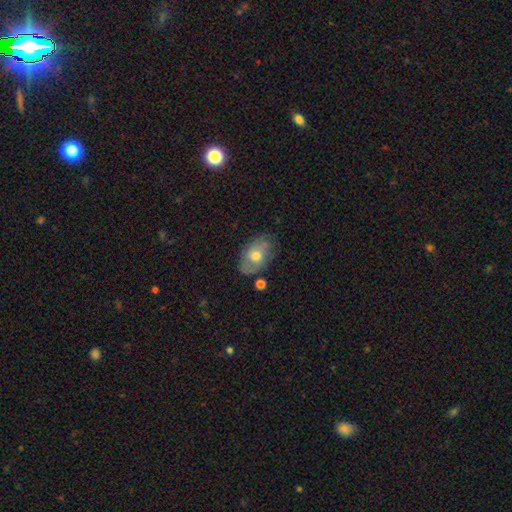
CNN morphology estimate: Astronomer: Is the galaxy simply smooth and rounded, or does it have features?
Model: smooth — 58% (runner-up: featured or disk, 34%).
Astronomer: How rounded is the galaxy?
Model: in between — 88%.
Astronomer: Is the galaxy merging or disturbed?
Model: none — 70%.